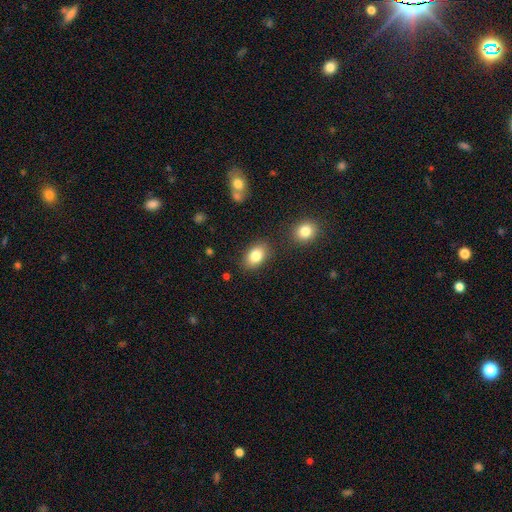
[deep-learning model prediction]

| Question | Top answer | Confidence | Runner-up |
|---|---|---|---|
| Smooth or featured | smooth | 83% | featured or disk (9%) |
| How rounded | in between | 85% | round (14%) |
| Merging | none | 83% | minor disturbance (10%) |